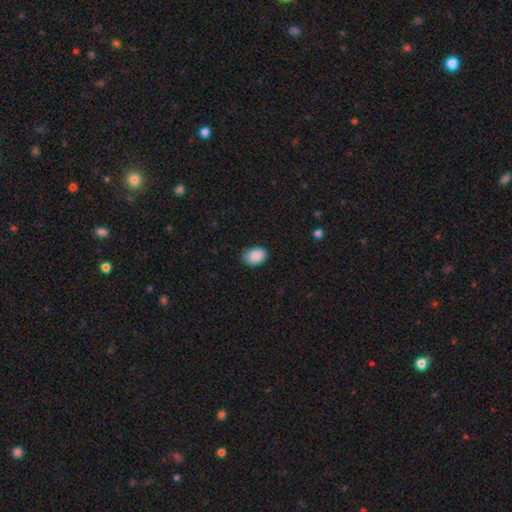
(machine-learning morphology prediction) type=smooth (88%); roundness=in between (74%); merging=none (77%).